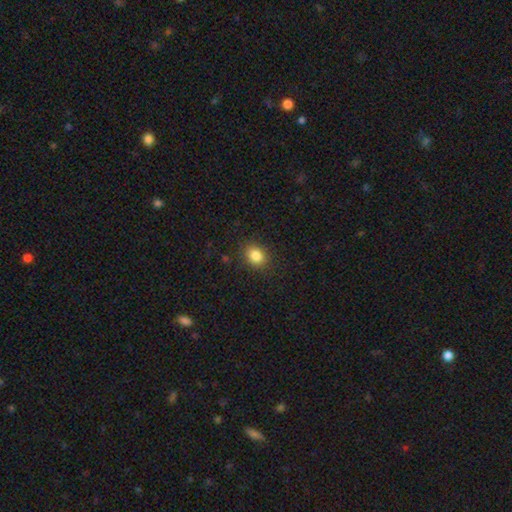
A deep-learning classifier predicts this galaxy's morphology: type=smooth (84%); roundness=round (56%); merging=none (87%).